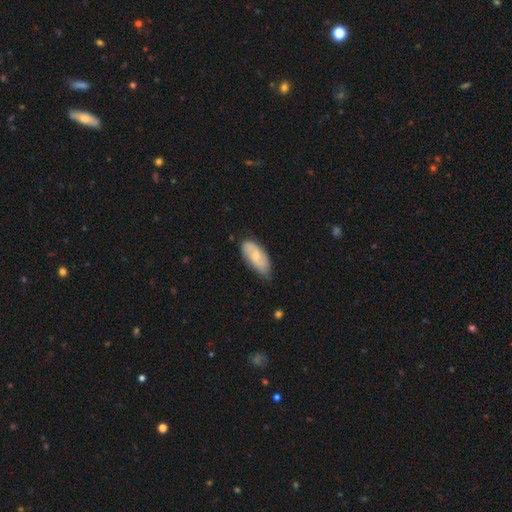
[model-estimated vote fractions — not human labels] smooth_or_featured: smooth (p=0.55) [alt: featured or disk p=0.39]
how_rounded: in between (p=0.86) [alt: cigar-shaped p=0.11]
merging: none (p=0.60) [alt: minor disturbance p=0.32]